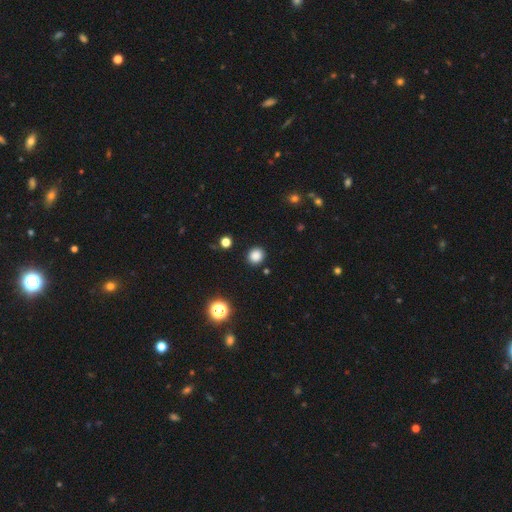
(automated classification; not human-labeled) This appears to be a smooth galaxy with no disk features (84%) that is round (87%). Merging: none (90%).